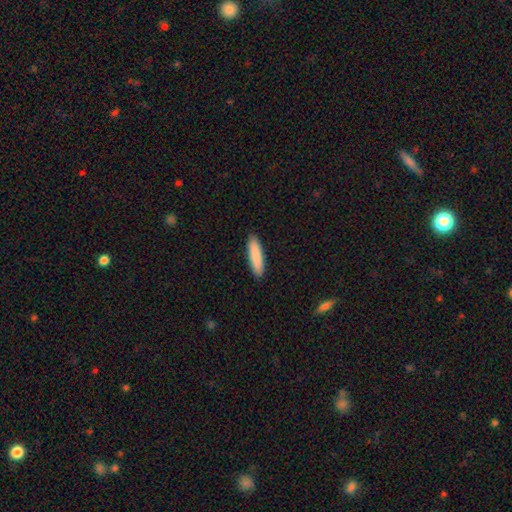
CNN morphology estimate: smooth_or_featured: smooth (p=0.87) [alt: featured or disk p=0.07]
how_rounded: cigar-shaped (p=0.74) [alt: in between p=0.25]
merging: none (p=0.91) [alt: minor disturbance p=0.07]